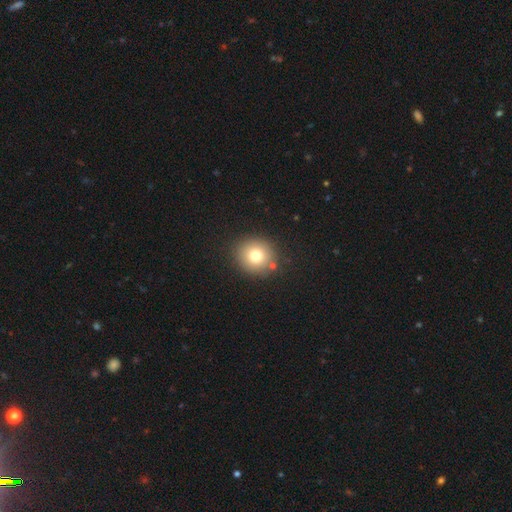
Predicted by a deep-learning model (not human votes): smooth_or_featured: smooth (p=0.76) [alt: star or artifact p=0.12]
how_rounded: round (p=0.88) [alt: in between p=0.11]
merging: none (p=0.85) [alt: minor disturbance p=0.08]